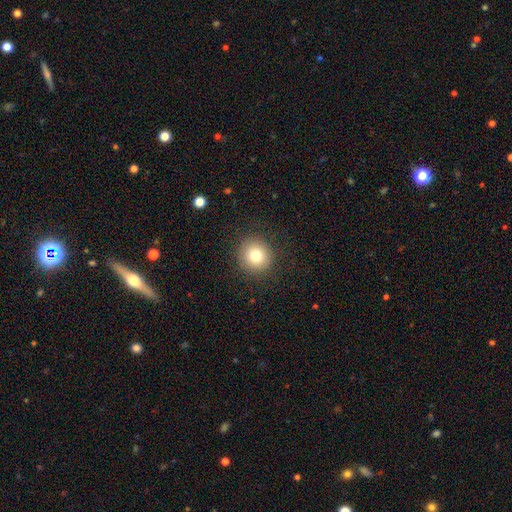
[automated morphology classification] This is likely a smooth galaxy (79%). How rounded: clearly round (93%). Merging: clearly none (90%).